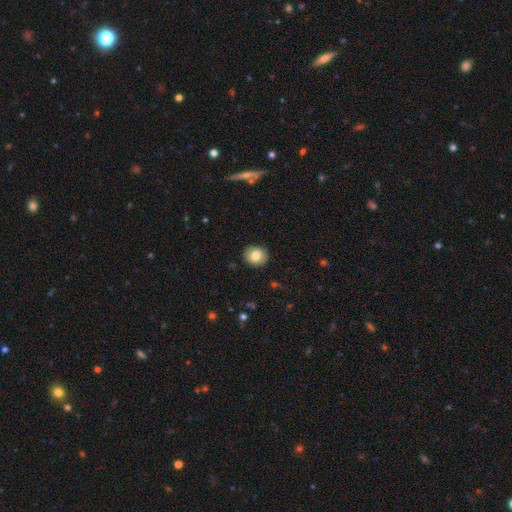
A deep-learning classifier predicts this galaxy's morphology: A smooth galaxy with no disk features (81%) that is round (78%).

Vote fractions:
- Smooth or featured? smooth: 81% / featured or disk: 10% / star or artifact: 9%
- How rounded? round: 78% / in between: 21% / cigar-shaped: 1%
- Merging? none: 90% / minor disturbance: 7% / major disturbance: 2% / merger: 1%